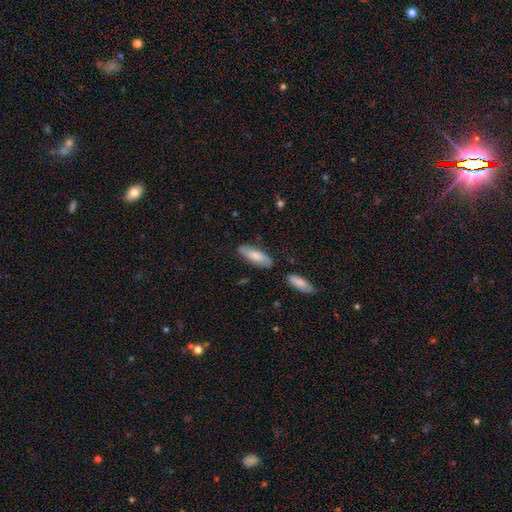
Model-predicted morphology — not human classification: This is likely a smooth galaxy (73%). How rounded: likely in between (65%). Merging: clearly none (80%).